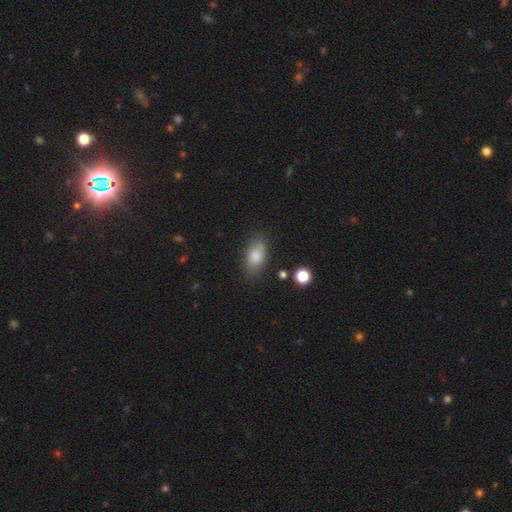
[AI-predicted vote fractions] A smooth galaxy with no disk features (80%) that is in between round and cigar-shaped (88%). Merging: none (81%).